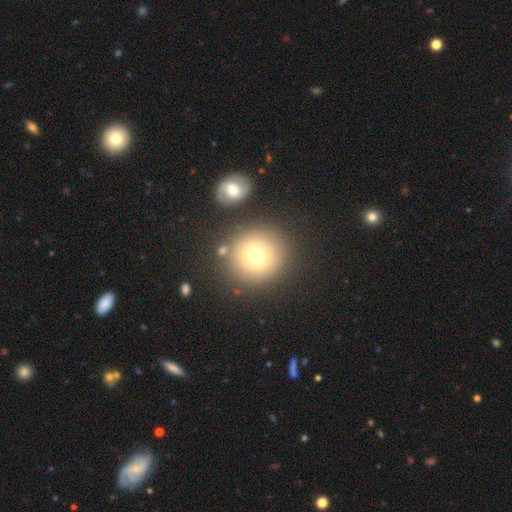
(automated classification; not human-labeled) Smooth or featured? Predicted: smooth (p=0.72). How rounded? Predicted: round (p=0.93). Merging? Predicted: none (p=0.79).